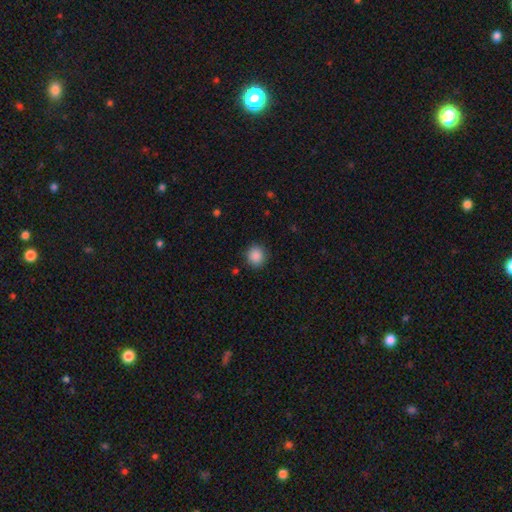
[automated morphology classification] Smooth or featured? Predicted: smooth (p=0.88). How rounded? Predicted: round (p=0.89). Merging? Predicted: none (p=0.89).